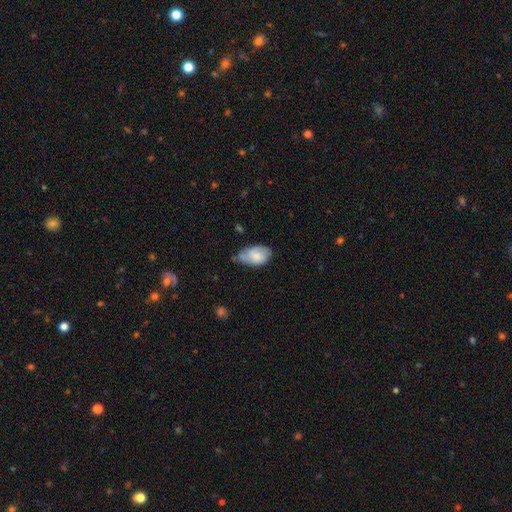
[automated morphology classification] Smooth or featured?
  - smooth: 71% *
  - featured or disk: 23%
  - star or artifact: 7%
How rounded?
  - in between: 93% *
  - round: 5%
  - cigar-shaped: 2%
Merging?
  - none: 43% * (tied)
  - minor disturbance: 43% * (tied)
  - major disturbance: 10%
  - merger: 5%